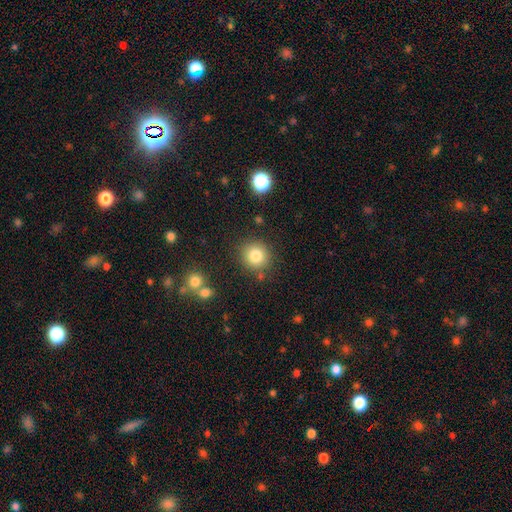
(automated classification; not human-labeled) The model was most divided on "smooth or featured": smooth: 81%, star or artifact: 11%, featured or disk: 7%. More confident: how rounded — round (91%); merging — none (84%).